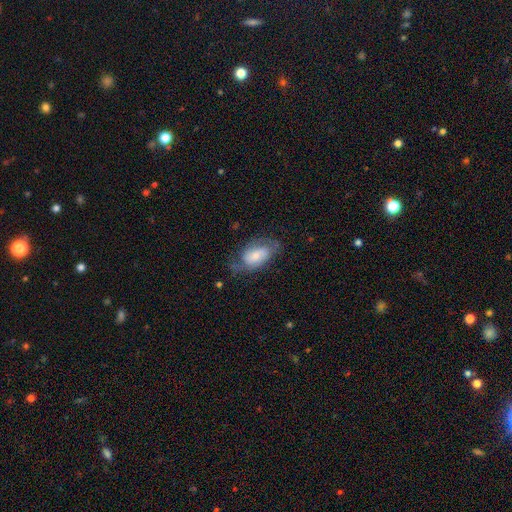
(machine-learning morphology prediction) Q: Smooth or featured?
A: smooth (56%); runner-up: featured or disk (36%)
Q: How rounded?
A: in between (91%); runner-up: round (6%)
Q: Merging?
A: none (48%); runner-up: minor disturbance (30%)